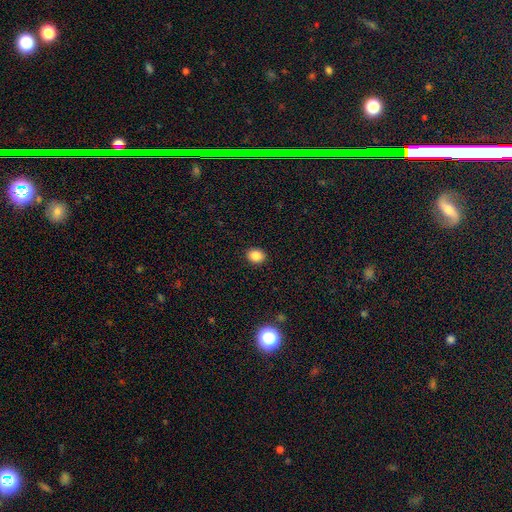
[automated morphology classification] The model was most divided on "how rounded": round: 52%, in between: 48%, cigar-shaped: 1%. More confident: merging — none (91%); smooth or featured — smooth (86%).